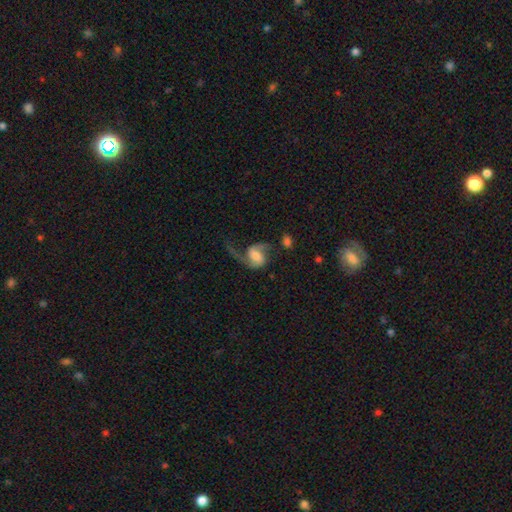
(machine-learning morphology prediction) This appears to be a featured or disk galaxy (80%) with a weak bar (49%), 2 (78%) loose (59%) spiral arms (95%) and a moderate central bulge (37%). Merging: none (44%).